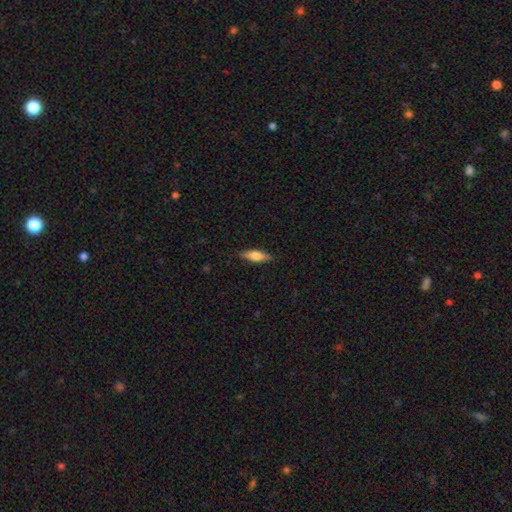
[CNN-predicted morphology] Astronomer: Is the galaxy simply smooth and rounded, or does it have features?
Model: smooth — 58% (runner-up: featured or disk, 36%).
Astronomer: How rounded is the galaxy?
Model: cigar-shaped — 56% (runner-up: in between, 42%).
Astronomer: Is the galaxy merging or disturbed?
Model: none — 87%.